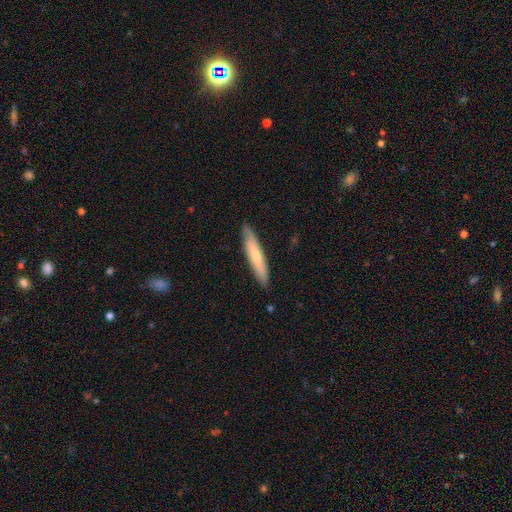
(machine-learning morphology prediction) smooth_or_featured: smooth (p=0.65) [alt: featured or disk p=0.30]
how_rounded: cigar-shaped (p=0.91) [alt: in between p=0.08]
merging: none (p=0.89) [alt: minor disturbance p=0.09]